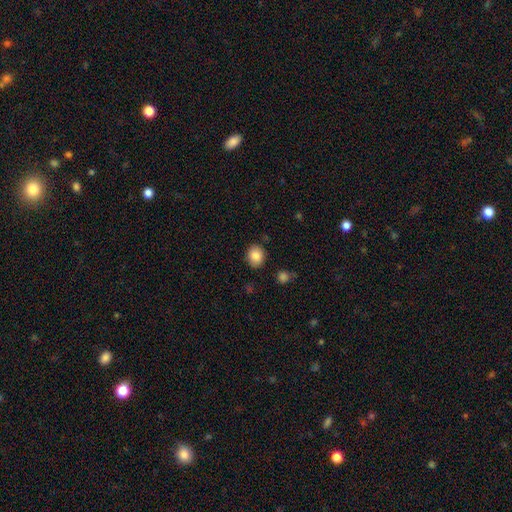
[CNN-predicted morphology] Smooth or featured? Predicted: smooth (p=0.86). How rounded? Predicted: round (p=0.63). Merging? Predicted: none (p=0.86).